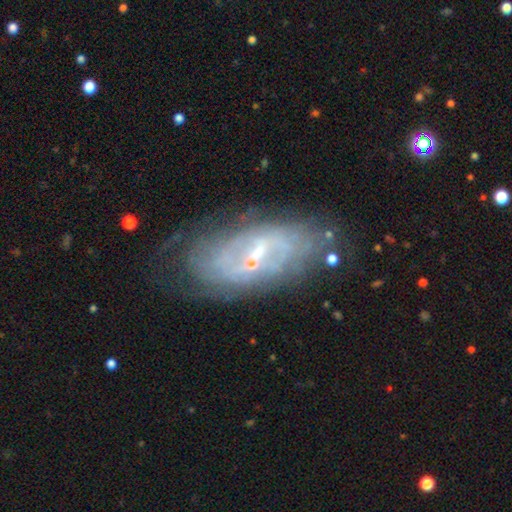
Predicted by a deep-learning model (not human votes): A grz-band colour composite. It shows a featured or disk galaxy (77%) with a weak bar (43%), spiral arms (70%) and a small central bulge (72%). Merging: none (64%).